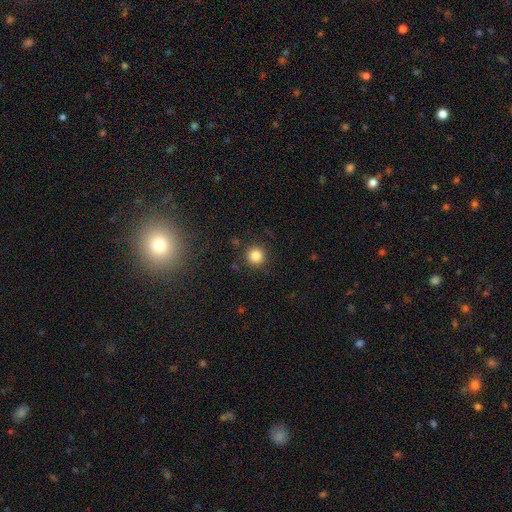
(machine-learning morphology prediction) smooth 83%, star or artifact 12%, featured or disk 5%. Down the decision tree: how rounded — round (94%); merging — none (87%).